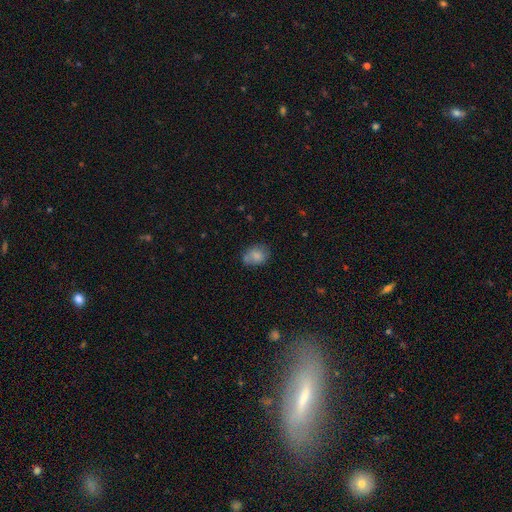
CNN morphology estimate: smooth_or_featured: smooth (p=0.76) [alt: featured or disk p=0.15]
how_rounded: in between (p=0.61) [alt: round p=0.38]
merging: none (p=0.53) [alt: minor disturbance p=0.26]